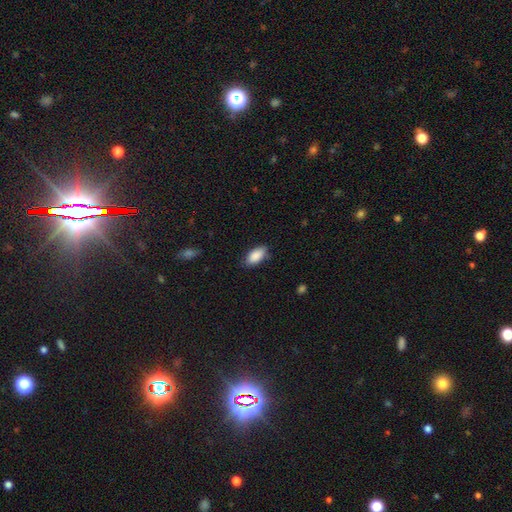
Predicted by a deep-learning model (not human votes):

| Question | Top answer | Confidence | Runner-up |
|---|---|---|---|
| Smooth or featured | smooth | 89% | star or artifact (6%) |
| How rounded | in between | 91% | cigar-shaped (6%) |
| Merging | none | 79% | minor disturbance (17%) |